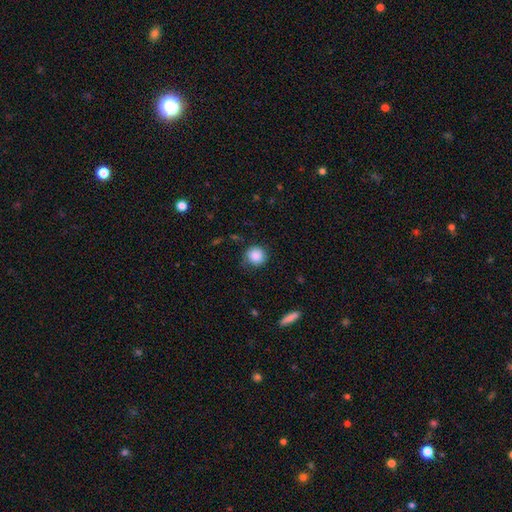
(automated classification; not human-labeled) This is clearly a smooth galaxy (87%). How rounded: clearly round (91%). Merging: likely none (79%).